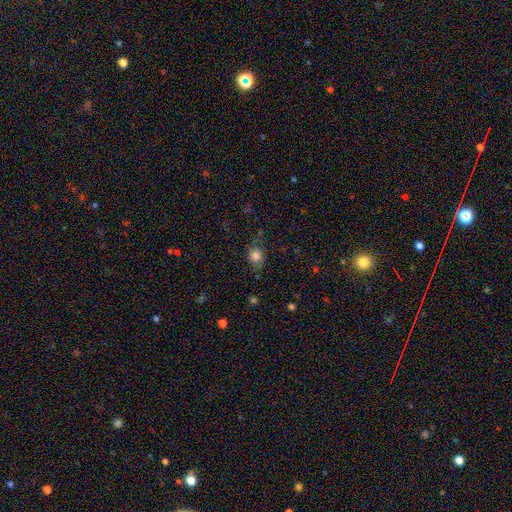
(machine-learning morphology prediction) Smooth or featured? Predicted: smooth (p=0.79). How rounded? Predicted: round (p=0.75). Merging? Predicted: none (p=0.69).